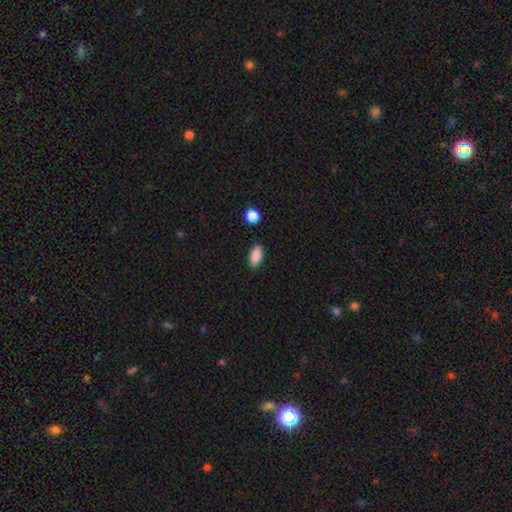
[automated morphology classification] A smooth galaxy with no disk features (89%) that is in between round and cigar-shaped (87%). Merging: none (87%).